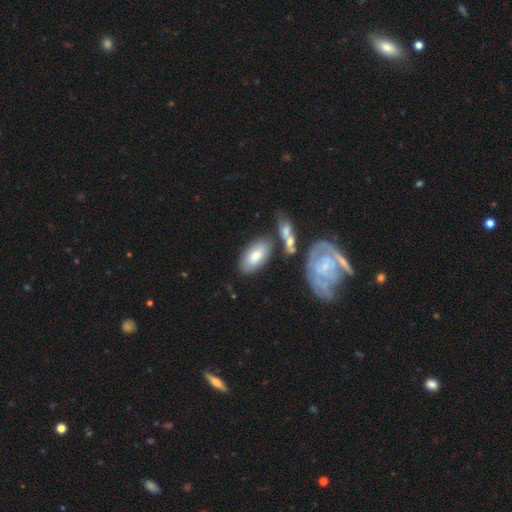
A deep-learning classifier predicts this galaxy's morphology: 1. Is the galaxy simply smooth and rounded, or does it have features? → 70% smooth, 24% featured or disk, 6% star or artifact.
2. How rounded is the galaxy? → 92% in between, 5% cigar-shaped, 3% round.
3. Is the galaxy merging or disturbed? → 71% none, 15% minor disturbance, 10% merger, 4% major disturbance.